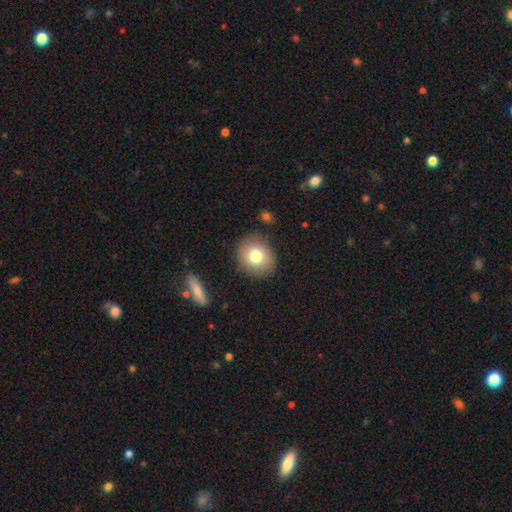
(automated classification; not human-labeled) Smooth or featured: smooth — 77% (featured or disk — 14%)
How rounded: round — 77% (in between — 22%)
Merging: none — 85% (minor disturbance — 10%)